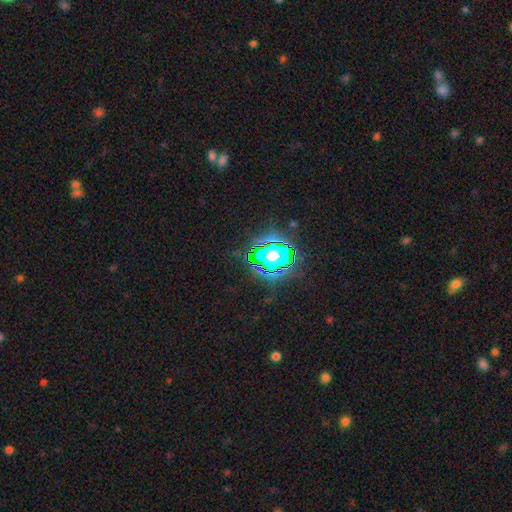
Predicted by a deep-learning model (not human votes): smooth_or_featured: star or artifact (p=0.76) [alt: smooth p=0.14]